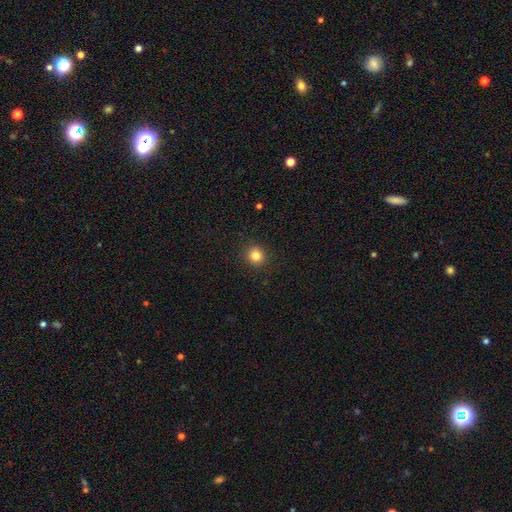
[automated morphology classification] type=smooth (83%); roundness=round (91%); merging=none (92%).